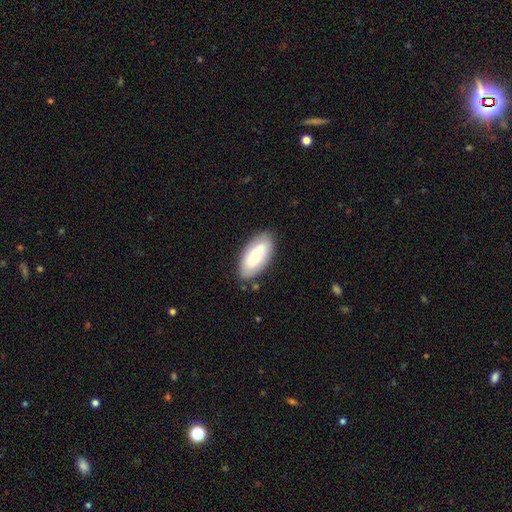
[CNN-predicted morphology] A smooth galaxy with no disk features (62%) that is in between round and cigar-shaped (92%).

Vote fractions:
- Smooth or featured? smooth: 62% / featured or disk: 32% / star or artifact: 6%
- How rounded? in between: 92% / cigar-shaped: 6% / round: 2%
- Merging? none: 82% / minor disturbance: 13% / major disturbance: 3% / merger: 2%